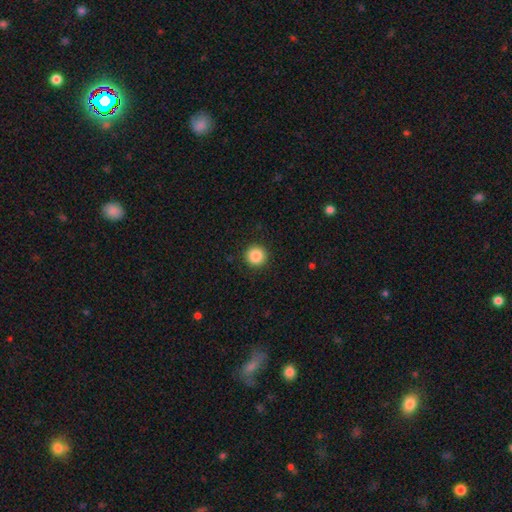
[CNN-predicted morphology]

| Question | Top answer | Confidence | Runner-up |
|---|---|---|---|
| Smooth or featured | smooth | 87% | star or artifact (9%) |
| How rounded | round | 95% | in between (4%) |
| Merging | none | 92% | minor disturbance (5%) |